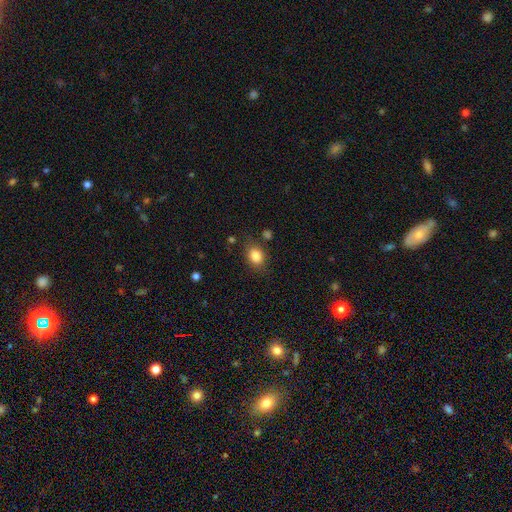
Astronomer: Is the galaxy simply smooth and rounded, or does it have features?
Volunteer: smooth — 92%.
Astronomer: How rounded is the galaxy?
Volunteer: in between — 62% (runner-up: round, 38%).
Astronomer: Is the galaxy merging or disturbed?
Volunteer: none — 75%.